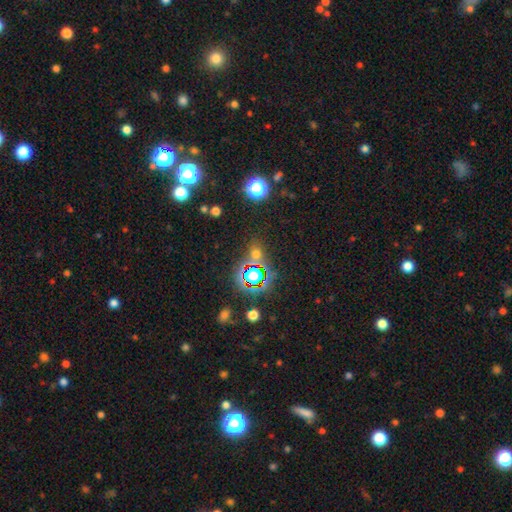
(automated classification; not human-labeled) Smooth or featured: star or artifact — 68% (smooth — 24%)